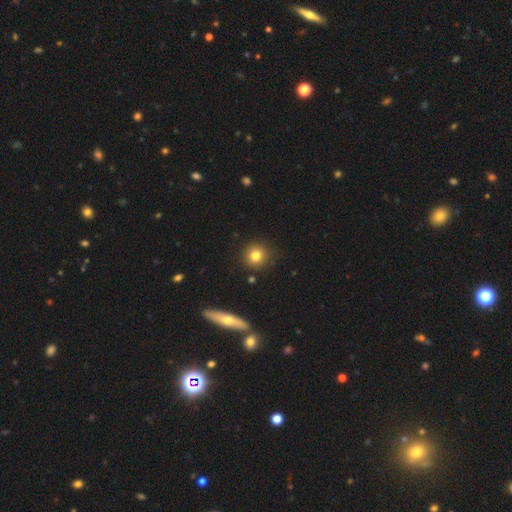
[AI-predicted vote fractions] smooth_or_featured: smooth (p=0.79) [alt: star or artifact p=0.11]
how_rounded: round (p=0.90) [alt: in between p=0.08]
merging: none (p=0.88) [alt: minor disturbance p=0.07]